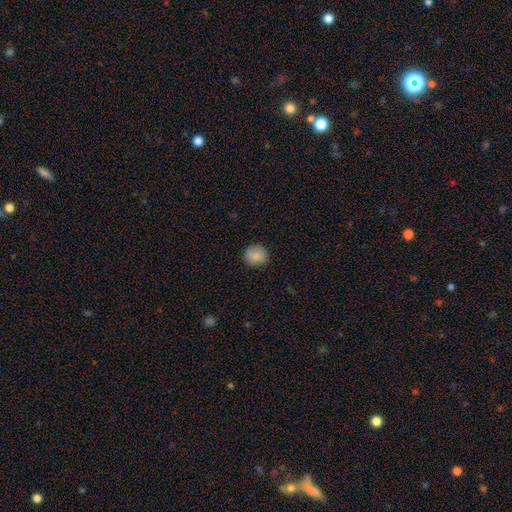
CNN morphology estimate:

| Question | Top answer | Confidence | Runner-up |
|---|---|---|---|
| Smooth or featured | smooth | 84% | star or artifact (8%) |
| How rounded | round | 83% | in between (16%) |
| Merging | none | 86% | minor disturbance (11%) |